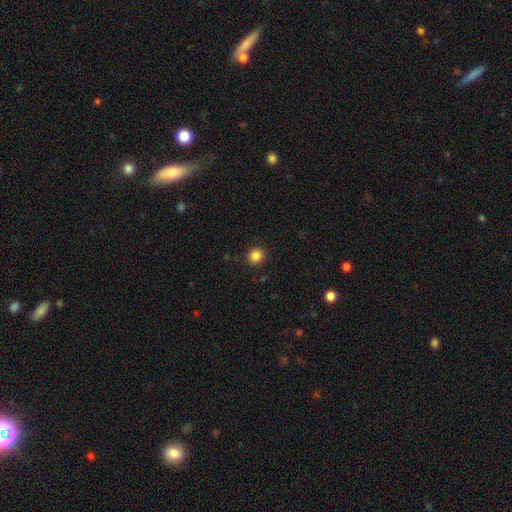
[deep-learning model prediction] smooth-or-featured: smooth: 85% | star or artifact: 11% | featured or disk: 4%
  how-rounded: round: 89% | in between: 10% | cigar-shaped: 1%
  merging: none: 92% | minor disturbance: 6% | major disturbance: 2% | merger: 1%